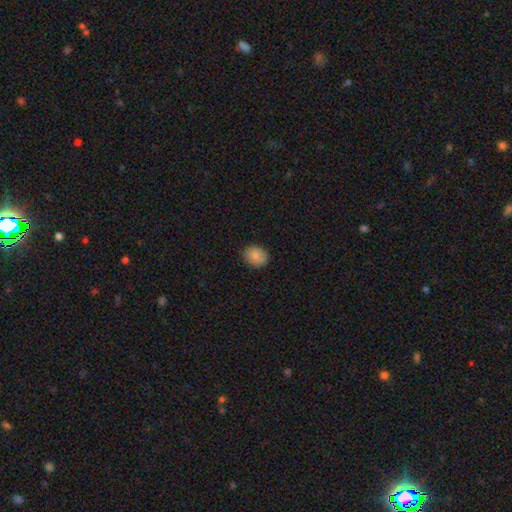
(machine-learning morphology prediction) Smooth or featured? smooth (85%)
How rounded? round (51%)
Merging? none (87%)